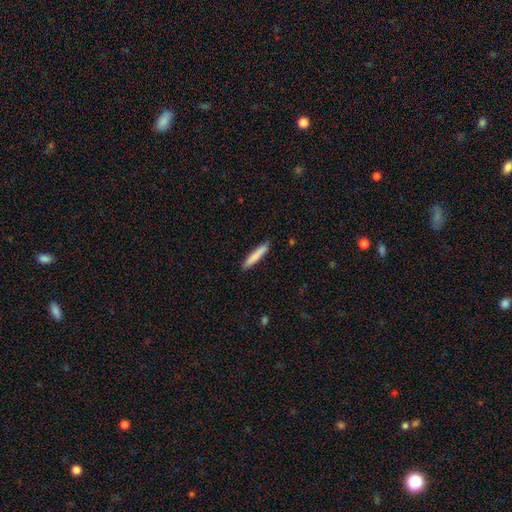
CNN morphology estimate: This appears to be a smooth galaxy with no disk features (83%) that is cigar-shaped (90%). Merging: none (88%).